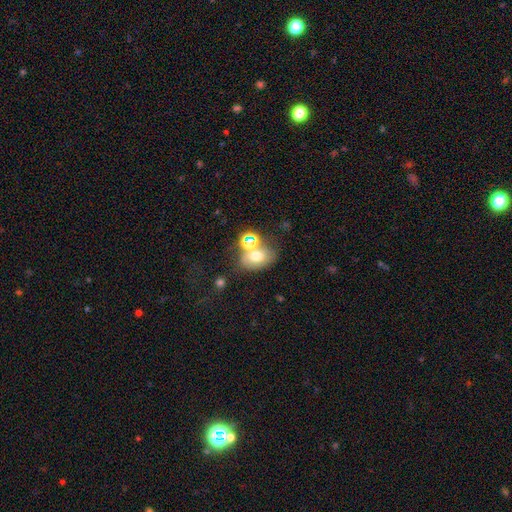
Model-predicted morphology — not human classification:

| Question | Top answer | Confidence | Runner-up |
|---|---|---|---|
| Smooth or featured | smooth | 64% | featured or disk (18%) |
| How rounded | in between | 73% | round (26%) |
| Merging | none | 46% | merger (30%) |